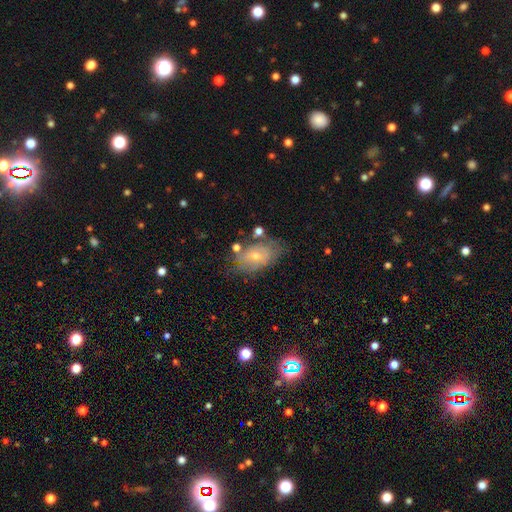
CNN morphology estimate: A featured or disk galaxy (51%). Merging: none (64%).